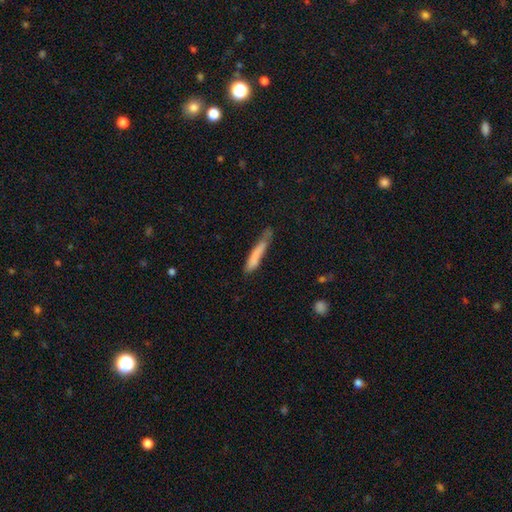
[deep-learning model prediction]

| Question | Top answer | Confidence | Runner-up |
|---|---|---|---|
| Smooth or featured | smooth | 76% | featured or disk (17%) |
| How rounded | cigar-shaped | 92% | in between (7%) |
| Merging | none | 53% | minor disturbance (31%) |